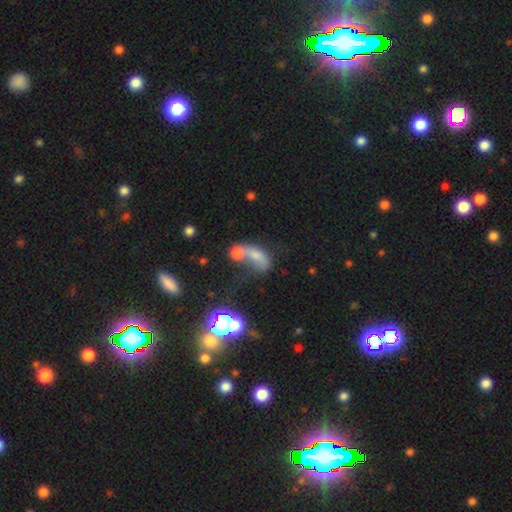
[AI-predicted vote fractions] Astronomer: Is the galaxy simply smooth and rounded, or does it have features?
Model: smooth — 59%.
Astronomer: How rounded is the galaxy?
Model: in between — 73%.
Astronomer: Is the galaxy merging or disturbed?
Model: merger — 63%.